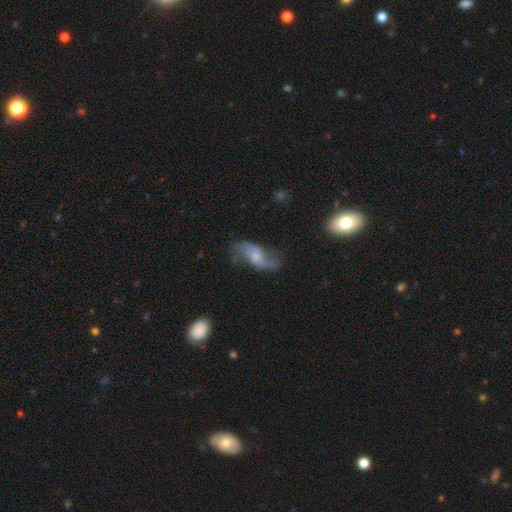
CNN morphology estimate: type=featured or disk (73%); edge-on=no (93%); bar=no (57%); spiral arms=yes (91%); winding=loose (81%); arm count=2 (90%); bulge=small (45%); merging=none (63%).